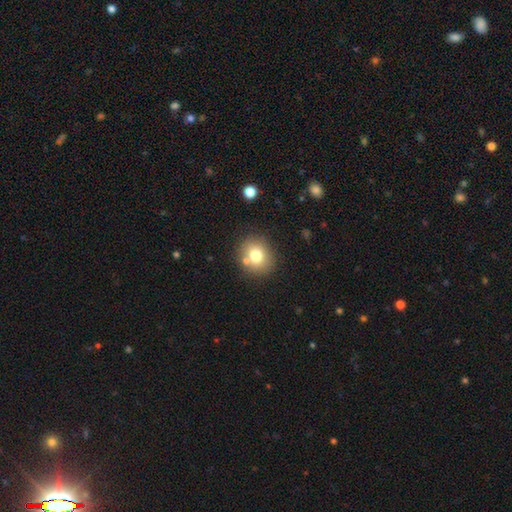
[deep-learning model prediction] Smooth or featured: smooth — 75% (featured or disk — 13%)
How rounded: round — 75% (in between — 24%)
Merging: none — 76% (minor disturbance — 10%)